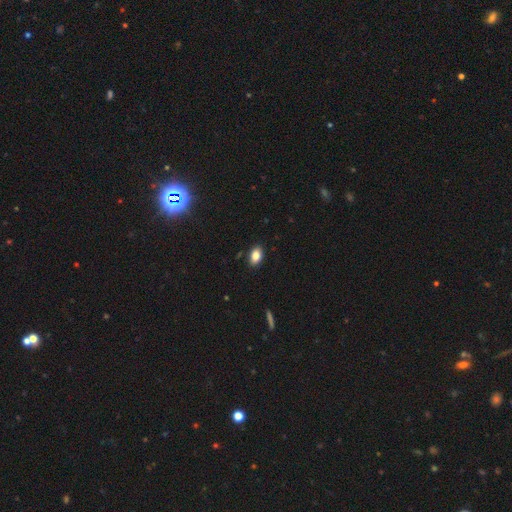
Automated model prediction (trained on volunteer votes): smooth 84%, star or artifact 9%, featured or disk 7%. Down the decision tree: how rounded — in between (88%); merging — none (89%).